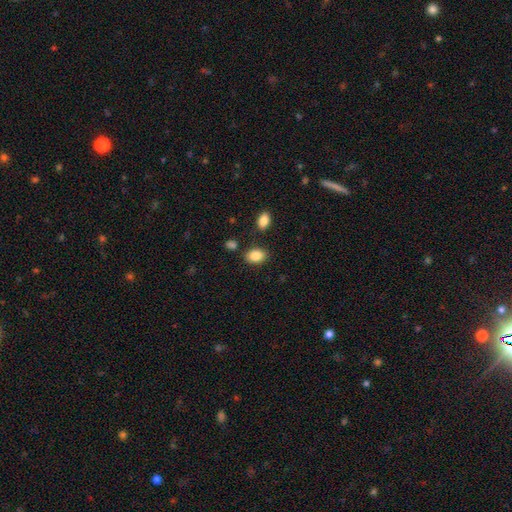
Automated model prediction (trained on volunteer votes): smooth-or-featured: smooth: 86% | star or artifact: 8% | featured or disk: 5%
  how-rounded: in between: 78% | round: 21% | cigar-shaped: 1%
  merging: none: 82% | minor disturbance: 10% | merger: 5% | major disturbance: 3%